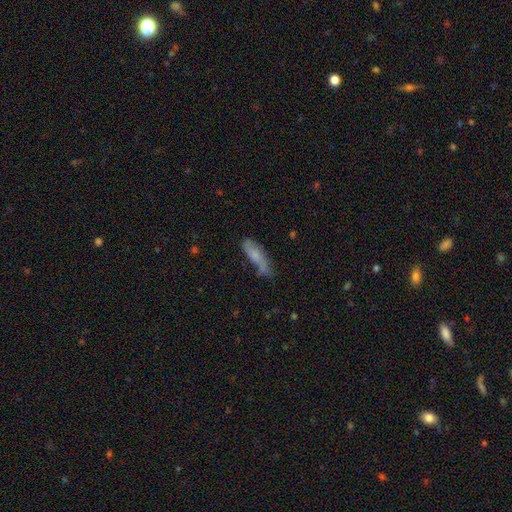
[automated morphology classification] This is likely a smooth galaxy (62%). How rounded: likely cigar-shaped (60%). Merging: possibly none (54%).